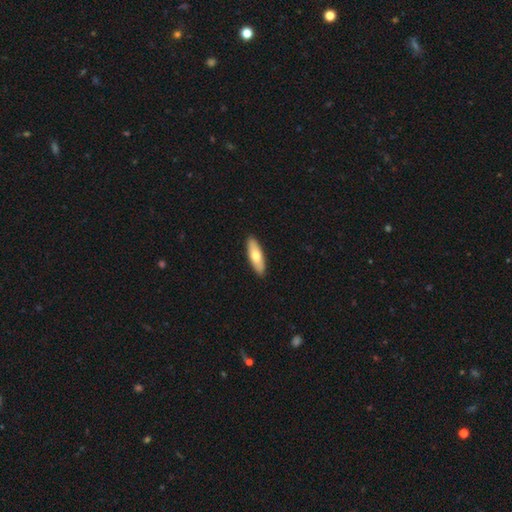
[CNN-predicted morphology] Smooth or featured? Predicted: smooth (p=0.67). How rounded? Predicted: in between (p=0.50). Merging? Predicted: none (p=0.91).